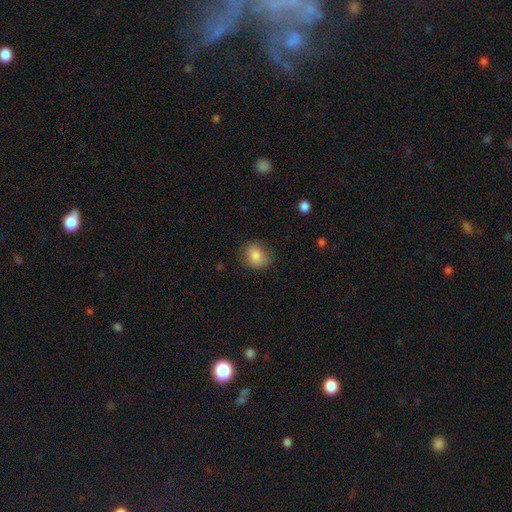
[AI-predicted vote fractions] Smooth or featured? smooth (84%)
How rounded? round (68%)
Merging? none (80%)